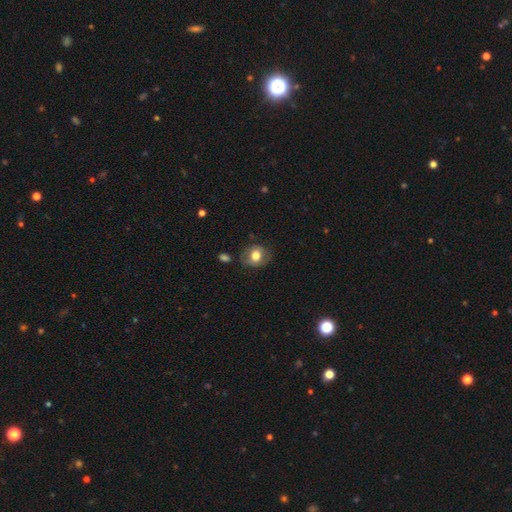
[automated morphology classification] Smooth or featured: smooth — 70% (featured or disk — 21%)
How rounded: round — 66% (in between — 34%)
Merging: none — 68% (minor disturbance — 21%)